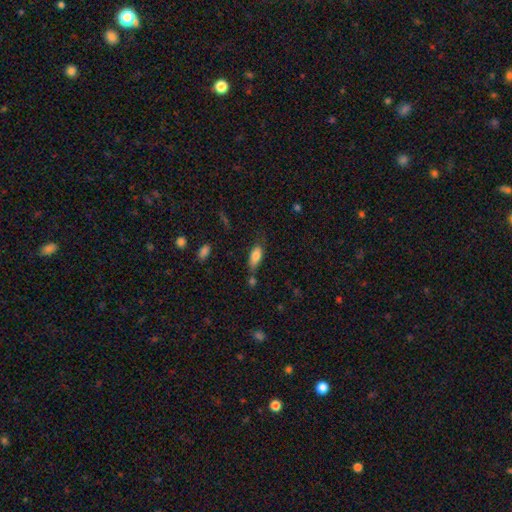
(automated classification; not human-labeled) Smooth or featured? Predicted: smooth (p=0.82). How rounded? Predicted: in between (p=0.82). Merging? Predicted: none (p=0.56).